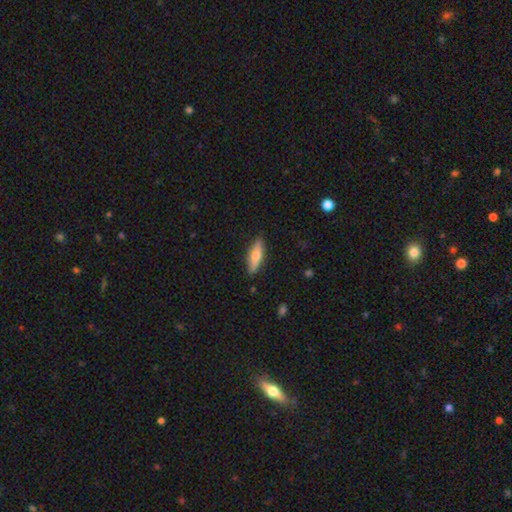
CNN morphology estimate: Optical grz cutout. It shows a smooth galaxy with no disk features (61%) that is cigar-shaped (58%). Merging: none (87%).